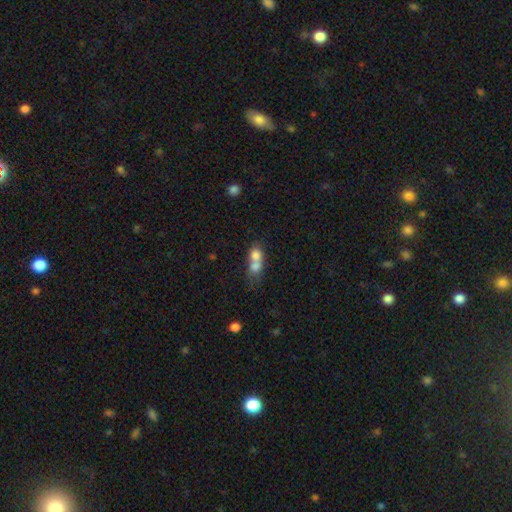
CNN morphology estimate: smooth-or-featured: smooth: 71% | featured or disk: 20% | star or artifact: 9%
  how-rounded: round: 54% | in between: 43% | cigar-shaped: 3%
  merging: merger: 74% | none: 16% | minor disturbance: 5% | major disturbance: 4%